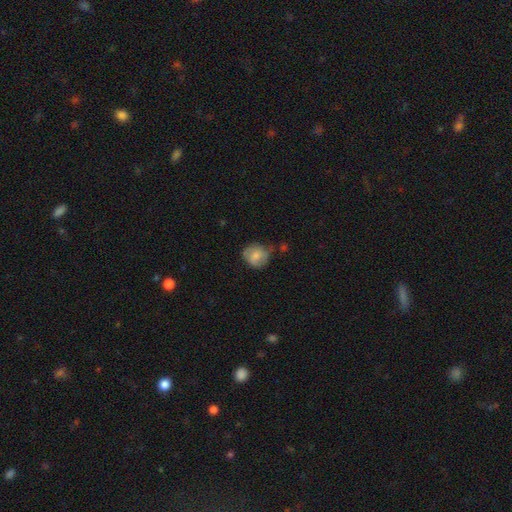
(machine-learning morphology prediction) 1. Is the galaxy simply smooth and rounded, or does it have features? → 72% smooth, 20% featured or disk, 8% star or artifact.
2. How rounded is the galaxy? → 78% round, 21% in between, 1% cigar-shaped.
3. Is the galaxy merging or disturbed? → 54% none, 30% minor disturbance, 9% major disturbance, 7% merger.